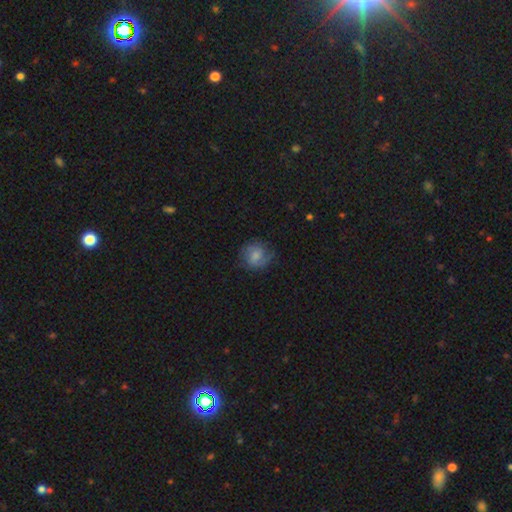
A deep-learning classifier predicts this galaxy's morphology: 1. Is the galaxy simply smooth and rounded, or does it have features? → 50% smooth, 41% featured or disk, 8% star or artifact.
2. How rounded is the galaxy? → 75% round, 24% in between, 1% cigar-shaped.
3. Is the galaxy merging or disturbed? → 66% none, 22% minor disturbance, 11% major disturbance, 1% merger.